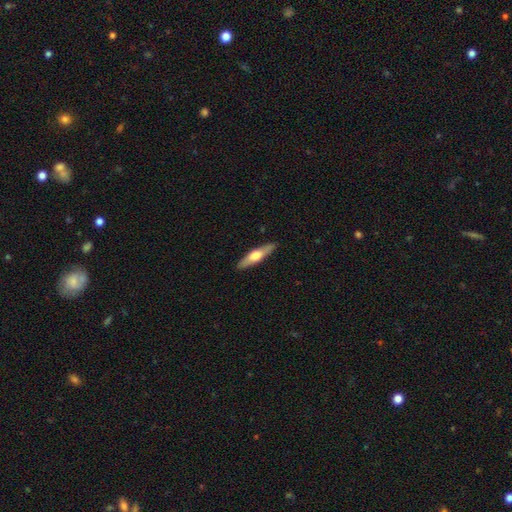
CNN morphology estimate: Smooth or featured? featured or disk (51%)
Edge-on disk? yes (91%)
Merging? none (90%)